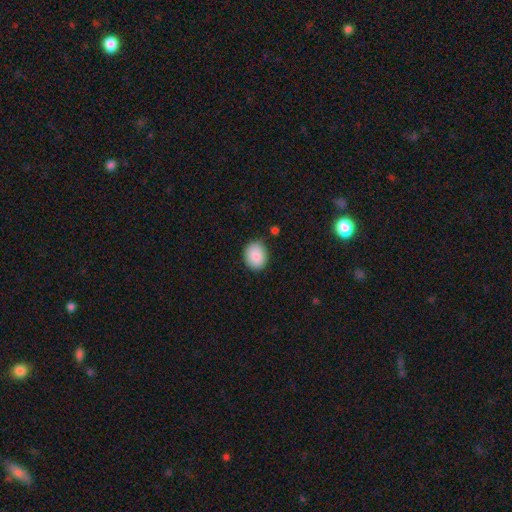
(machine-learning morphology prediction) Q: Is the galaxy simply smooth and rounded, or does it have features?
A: smooth — 88%.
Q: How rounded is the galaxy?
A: in between — 50%, tied with round.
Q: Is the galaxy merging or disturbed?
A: none — 79%.